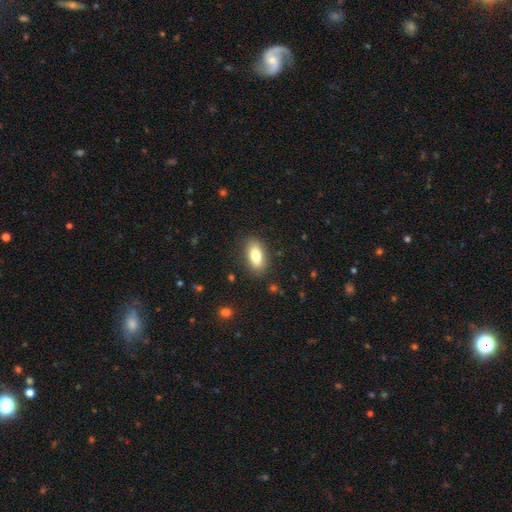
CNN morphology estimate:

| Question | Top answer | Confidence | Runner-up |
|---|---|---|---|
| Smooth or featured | smooth | 79% | featured or disk (14%) |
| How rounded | in between | 87% | cigar-shaped (8%) |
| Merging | none | 86% | minor disturbance (10%) |